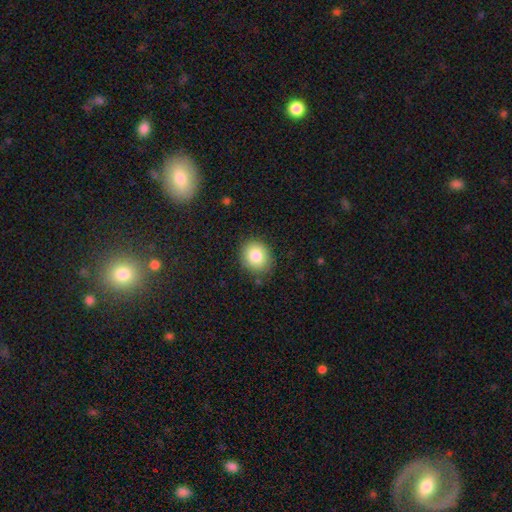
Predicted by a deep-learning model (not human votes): Morphology: type=smooth (83%); roundness=round (71%); merging=none (85%).